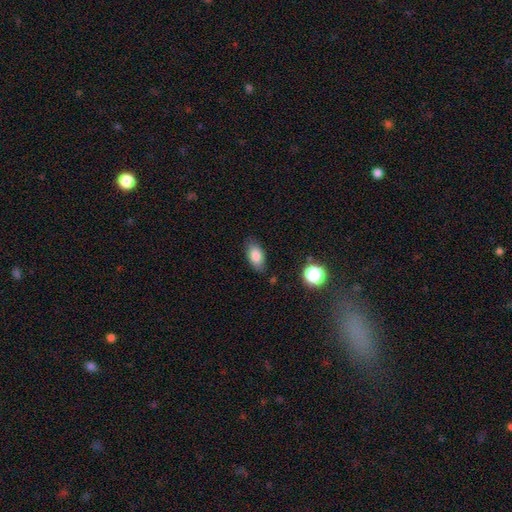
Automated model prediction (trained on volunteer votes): A smooth galaxy with no disk features (83%) that is in between round and cigar-shaped (90%). Merging: none (80%).